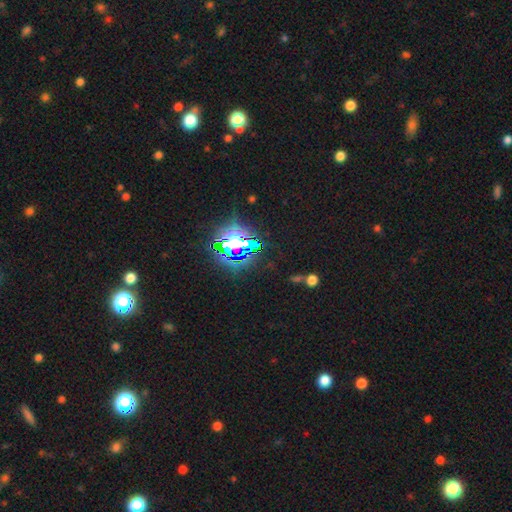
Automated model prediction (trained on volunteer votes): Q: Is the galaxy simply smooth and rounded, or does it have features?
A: star or artifact — 83%.